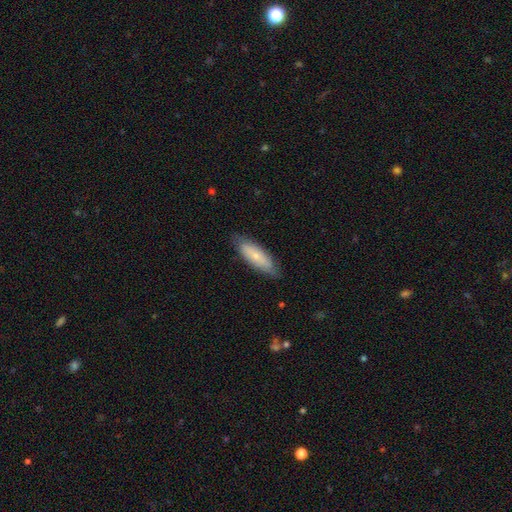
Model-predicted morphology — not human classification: The model was most divided on "how rounded": in between: 56%, cigar-shaped: 42%, round: 2%. More confident: merging — none (79%); smooth or featured — smooth (66%).